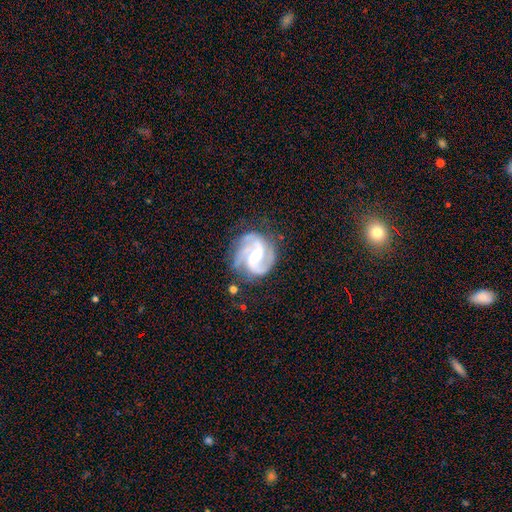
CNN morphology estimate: Overall: featured or disk (92%). Edge-on disk: no (98%). Bar: weak (45%; no 32%). Spiral arms: yes (98%). Spiral arm count: 2 (48%; 3 39%). Spiral winding: medium (59%; tight 26%). Bulge size: moderate (52%; small 43%). Merging: none (73%).